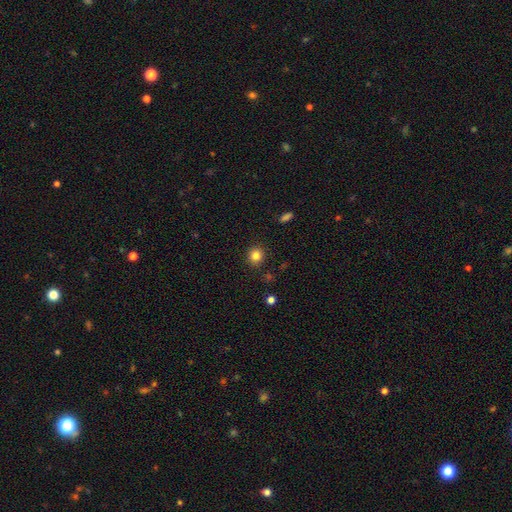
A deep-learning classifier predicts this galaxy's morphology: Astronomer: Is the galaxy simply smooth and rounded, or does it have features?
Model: smooth — 83%.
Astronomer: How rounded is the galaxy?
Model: round — 87%.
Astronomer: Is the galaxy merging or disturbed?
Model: none — 89%.